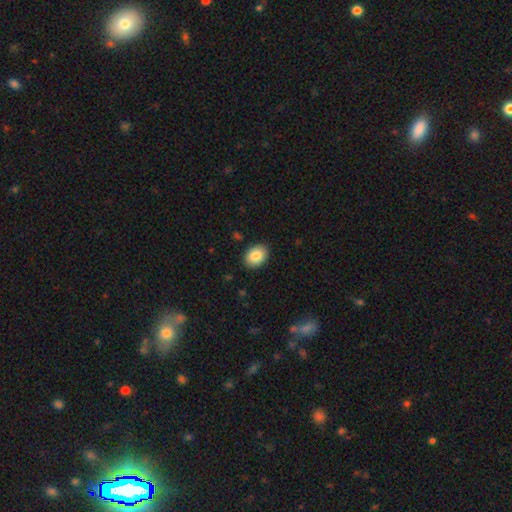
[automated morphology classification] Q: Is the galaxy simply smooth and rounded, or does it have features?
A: smooth — 86%.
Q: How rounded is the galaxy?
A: in between — 69%.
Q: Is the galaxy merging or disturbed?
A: none — 89%.